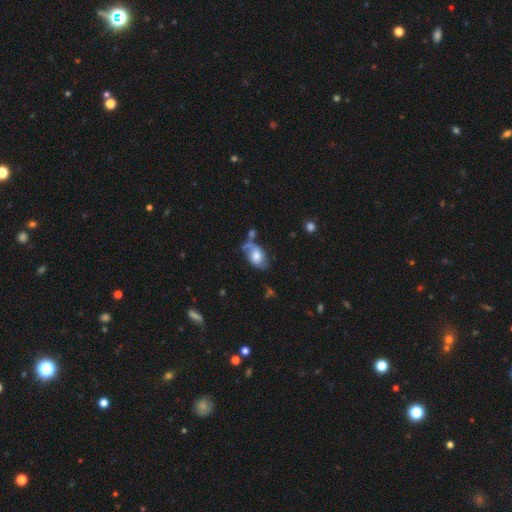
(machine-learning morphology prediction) Smooth or featured: smooth — 53% (featured or disk — 38%)
How rounded: in between — 87% (round — 11%)
Merging: none — 41% (minor disturbance — 27%)